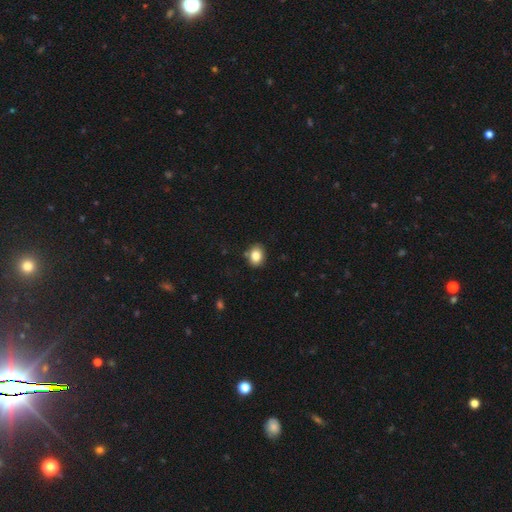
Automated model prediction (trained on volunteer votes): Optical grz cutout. It shows a smooth galaxy with no disk features (85%) that is in between round and cigar-shaped (57%). Merging: none (80%).